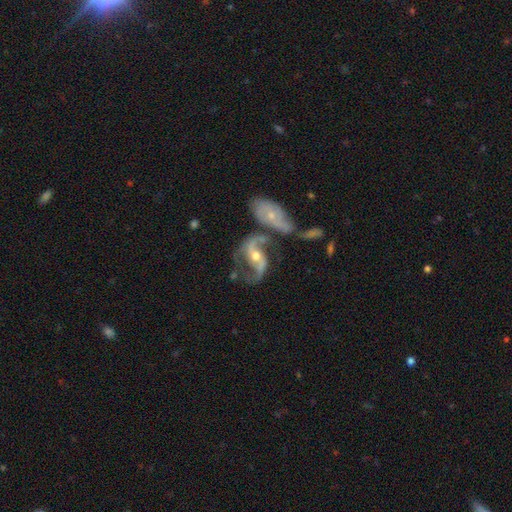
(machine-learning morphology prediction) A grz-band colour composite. It shows a featured or disk galaxy (74%) with no bar (44%), 2 (78%) medium (42%) spiral arms (82%) and a moderate central bulge (51%). Merging: merger (48%).